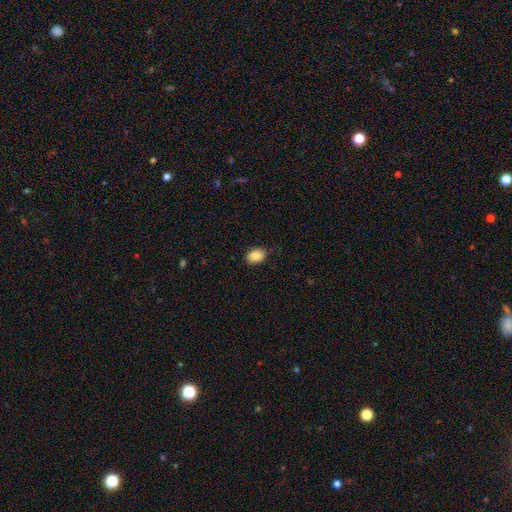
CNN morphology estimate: A smooth galaxy with no disk features (88%) that is in between round and cigar-shaped (76%).

Vote fractions:
- Smooth or featured? smooth: 88% / star or artifact: 8% / featured or disk: 4%
- How rounded? in between: 76% / round: 22% / cigar-shaped: 1%
- Merging? none: 84% / minor disturbance: 13% / major disturbance: 2% / merger: 1%